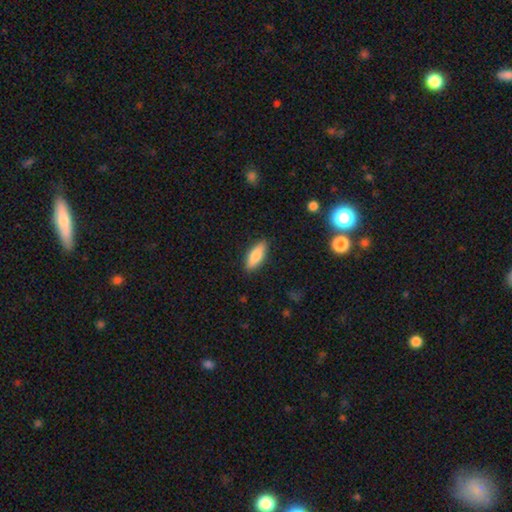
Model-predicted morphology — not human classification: Smooth or featured: smooth — 77% (featured or disk — 17%)
How rounded: in between — 66% (cigar-shaped — 32%)
Merging: none — 88% (minor disturbance — 9%)